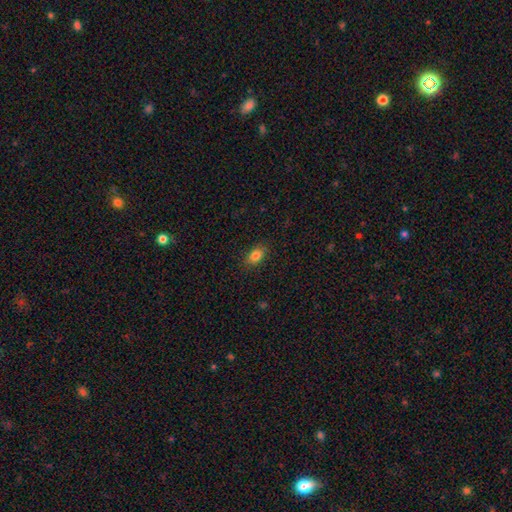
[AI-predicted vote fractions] smooth 83%, star or artifact 10%, featured or disk 7%. Down the decision tree: how rounded — in between (84%); merging — none (86%).